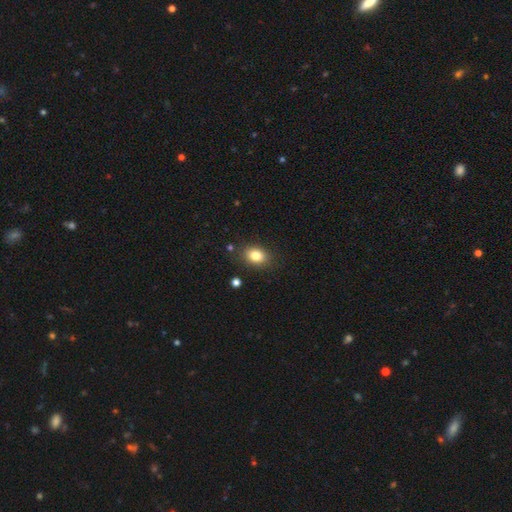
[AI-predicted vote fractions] This is clearly a smooth galaxy (82%). How rounded: likely in between (64%). Merging: clearly none (85%).